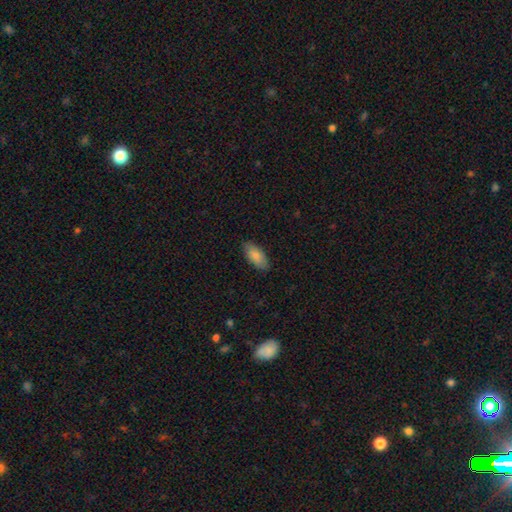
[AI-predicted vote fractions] Smooth or featured? Predicted: smooth (p=0.85). How rounded? Predicted: in between (p=0.89). Merging? Predicted: none (p=0.86).